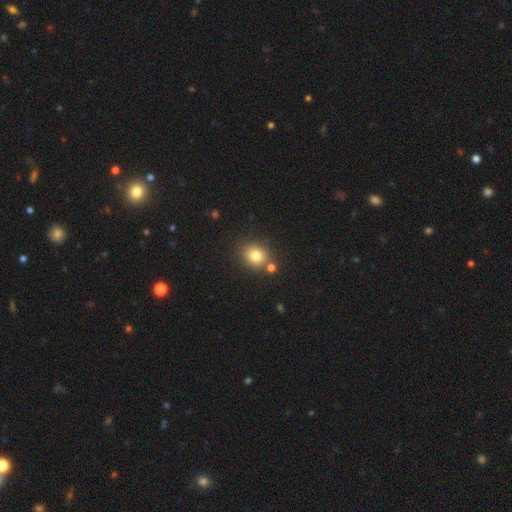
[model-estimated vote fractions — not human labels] Morphology: type=smooth (80%); roundness=round (67%); merging=none (75%).